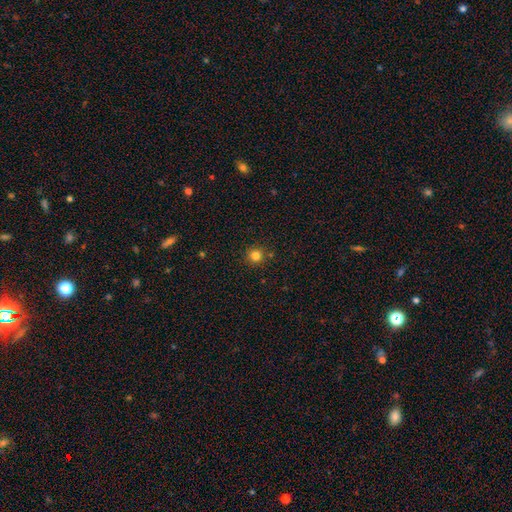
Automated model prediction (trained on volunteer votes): Smooth or featured?
  - smooth: 82% *
  - star or artifact: 14%
  - featured or disk: 5%
How rounded?
  - round: 94% *
  - in between: 5%
  - cigar-shaped: 1%
Merging?
  - none: 87% *
  - minor disturbance: 7%
  - merger: 4%
  - major disturbance: 2%